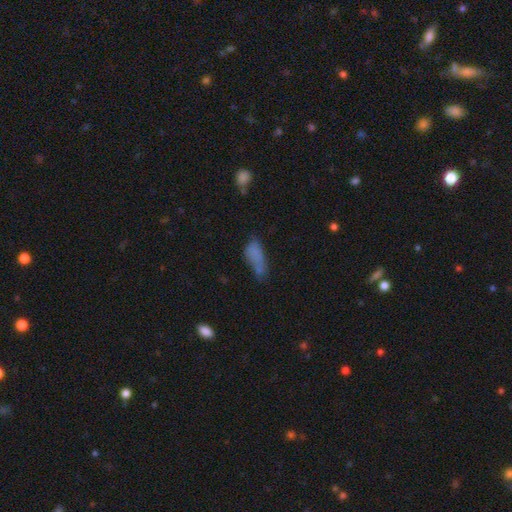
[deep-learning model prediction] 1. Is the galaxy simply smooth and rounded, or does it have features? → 72% smooth, 14% featured or disk, 14% star or artifact.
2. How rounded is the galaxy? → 69% in between, 27% cigar-shaped, 4% round.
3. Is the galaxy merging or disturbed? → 37% none, 28% minor disturbance, 22% major disturbance, 13% merger.